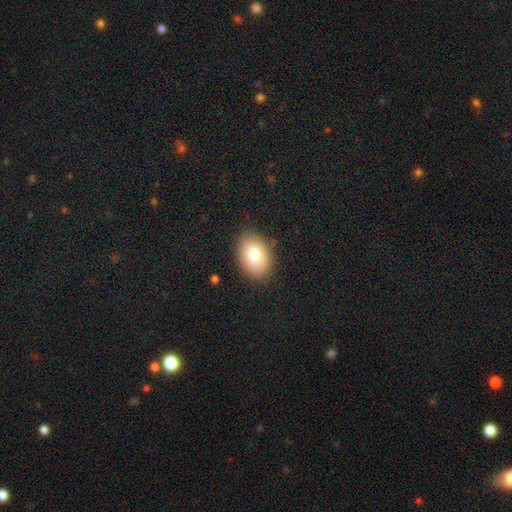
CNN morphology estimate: Overall: smooth (82%). How rounded: in between (83%). Merging: none (85%).